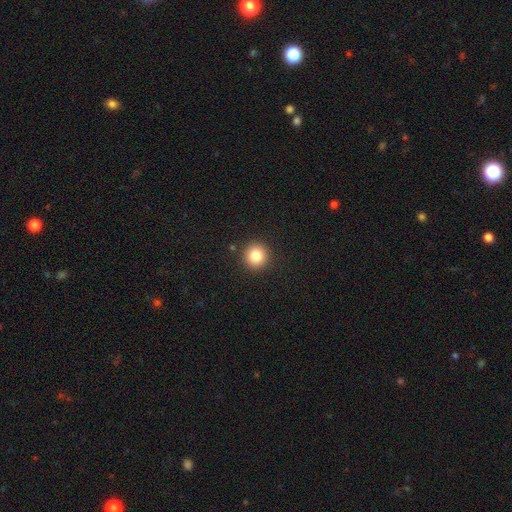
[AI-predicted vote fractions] A smooth galaxy with no disk features (83%) that is round (94%).

Vote fractions:
- Smooth or featured? smooth: 83% / star or artifact: 10% / featured or disk: 7%
- How rounded? round: 94% / in between: 5% / cigar-shaped: 1%
- Merging? none: 91% / minor disturbance: 5% / major disturbance: 2% / merger: 1%